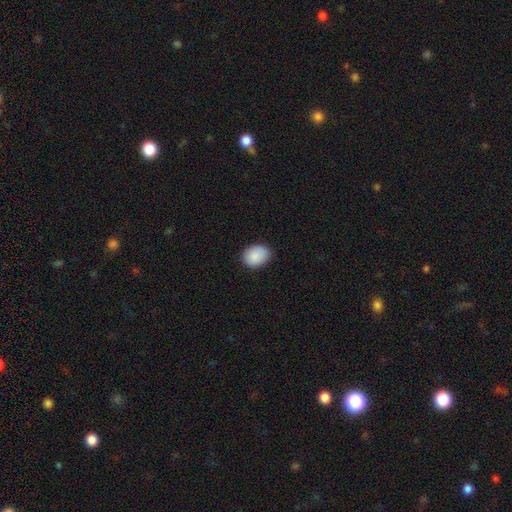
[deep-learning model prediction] smooth 89%, star or artifact 7%, featured or disk 4%. Down the decision tree: how rounded — in between (68%); merging — none (84%).